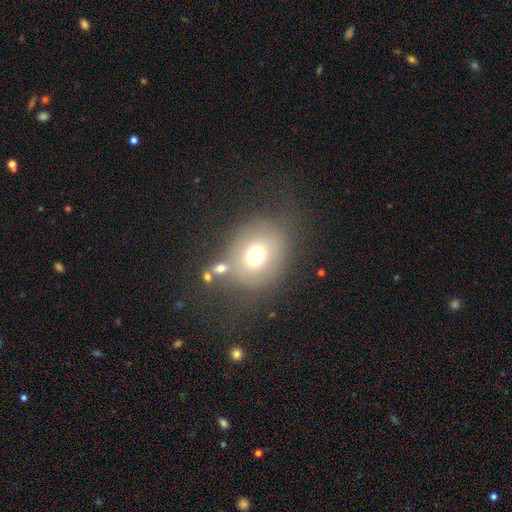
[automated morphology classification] Overall: smooth (68%). How rounded: round (67%; in between 32%). Merging: none (61%).